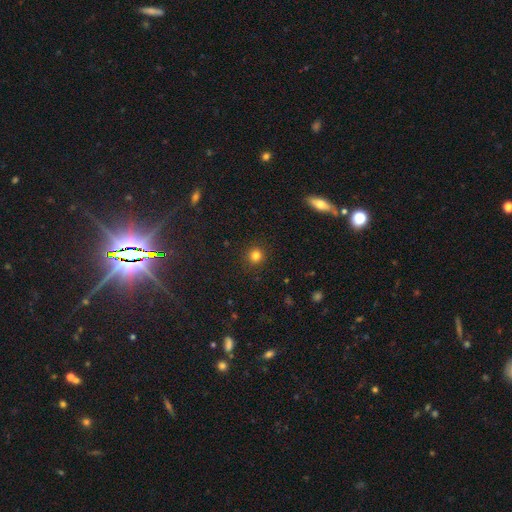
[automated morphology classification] smooth_or_featured: smooth (p=0.82) [alt: star or artifact p=0.13]
how_rounded: round (p=0.93) [alt: in between p=0.06]
merging: none (p=0.91) [alt: minor disturbance p=0.05]